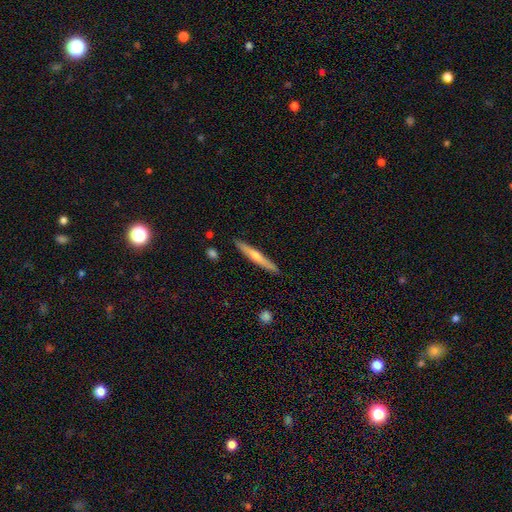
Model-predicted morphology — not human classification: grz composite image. It shows a featured or disk galaxy (50%) viewed edge-on (96%). Merging: none (90%).